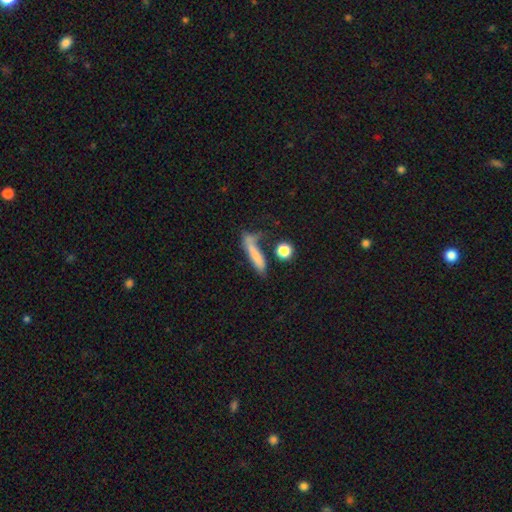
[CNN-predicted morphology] smooth_or_featured: smooth (p=0.72) [alt: featured or disk p=0.19]
how_rounded: cigar-shaped (p=0.76) [alt: in between p=0.19]
merging: none (p=0.48) [alt: minor disturbance p=0.22]